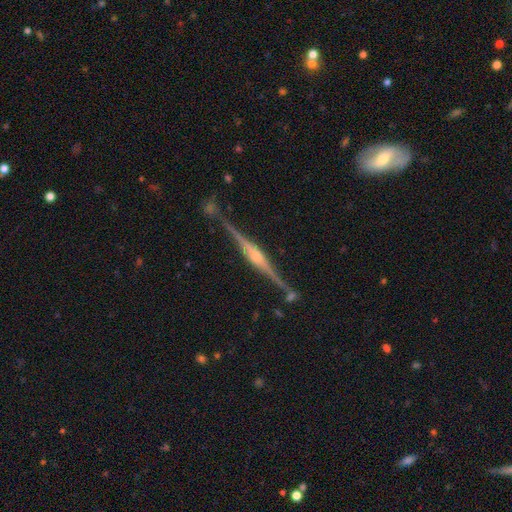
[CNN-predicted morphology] This is clearly a featured or disk galaxy (88%). It is clearly viewed edge-on (98%). Edge-on bulge: clearly rounded (80%). Merging: clearly none (84%).